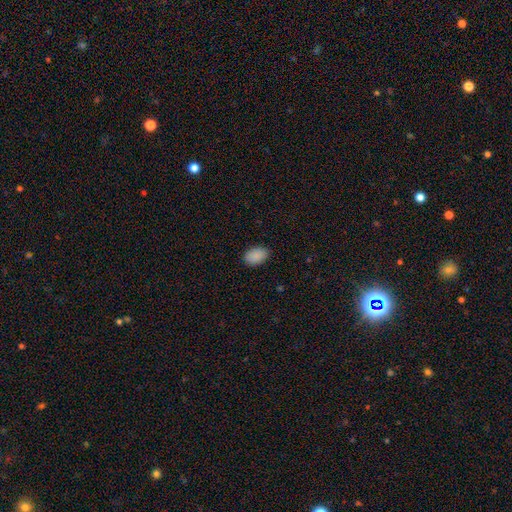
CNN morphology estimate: A smooth galaxy with no disk features (90%) that is in between round and cigar-shaped (90%). Merging: none (87%).